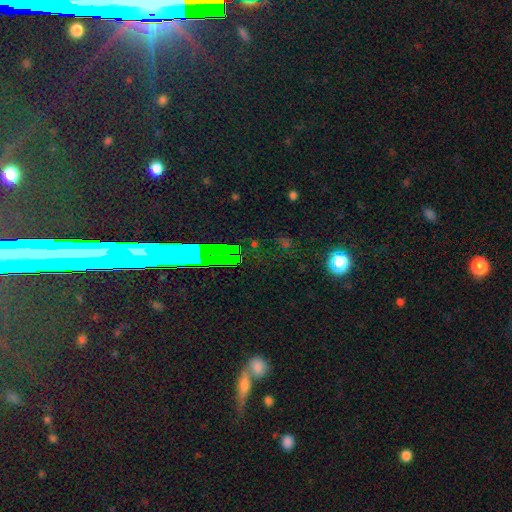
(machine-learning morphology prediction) type=star or artifact (74%).